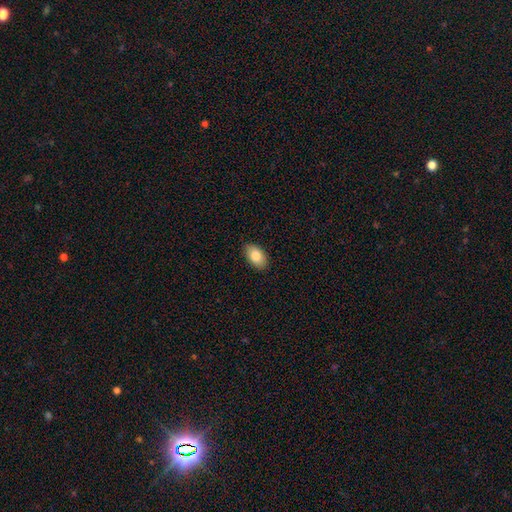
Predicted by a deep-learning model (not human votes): A smooth galaxy with no disk features (84%) that is in between round and cigar-shaped (93%). Merging: none (89%).